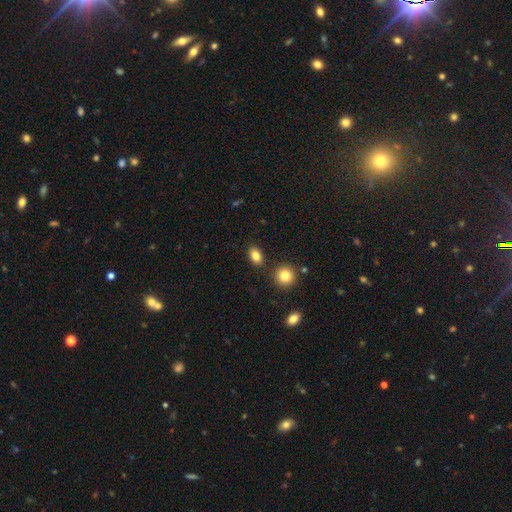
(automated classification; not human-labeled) The model was most divided on "how rounded": in between: 78%, round: 20%, cigar-shaped: 2%. More confident: smooth or featured — smooth (84%); merging — none (83%).